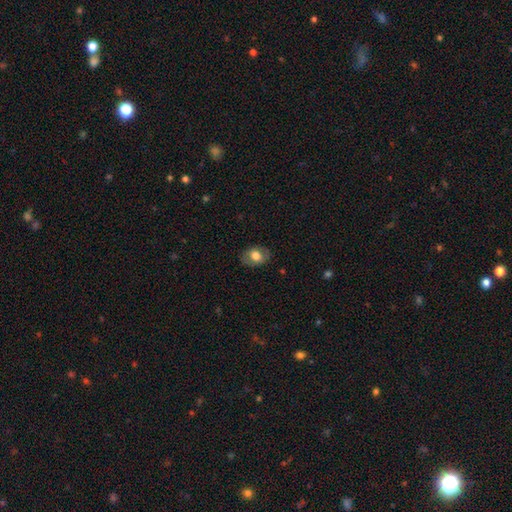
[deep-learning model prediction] Smooth or featured: smooth — 67% (featured or disk — 26%)
How rounded: in between — 73% (round — 26%)
Merging: none — 81% (minor disturbance — 14%)